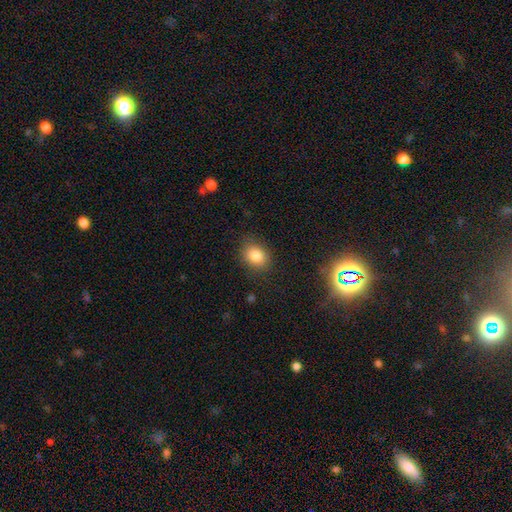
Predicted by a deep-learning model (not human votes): Smooth or featured?
  - smooth: 84% *
  - star or artifact: 10%
  - featured or disk: 6%
How rounded?
  - in between: 59% *
  - round: 40%
  - cigar-shaped: 1%
Merging?
  - none: 82% *
  - minor disturbance: 13%
  - major disturbance: 4%
  - merger: 1%